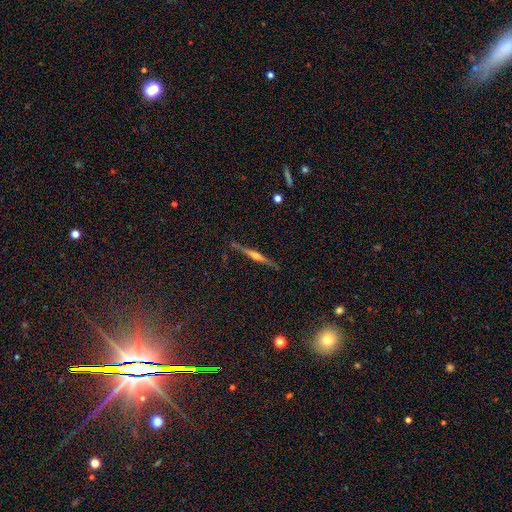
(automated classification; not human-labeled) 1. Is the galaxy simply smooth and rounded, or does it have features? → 75% featured or disk, 17% smooth, 7% star or artifact.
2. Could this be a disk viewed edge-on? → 98% yes, 2% no.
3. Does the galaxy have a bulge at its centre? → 87% rounded, 8% none, 6% boxy.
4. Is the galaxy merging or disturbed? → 87% none, 9% minor disturbance, 2% major disturbance, 2% merger.